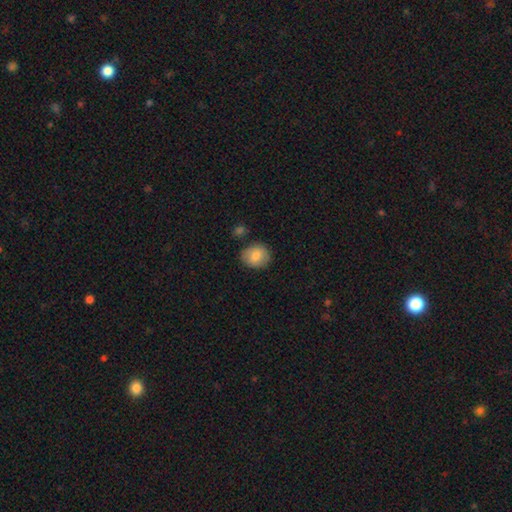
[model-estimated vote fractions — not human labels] Morphology: type=smooth (82%); roundness=round (65%); merging=none (83%).